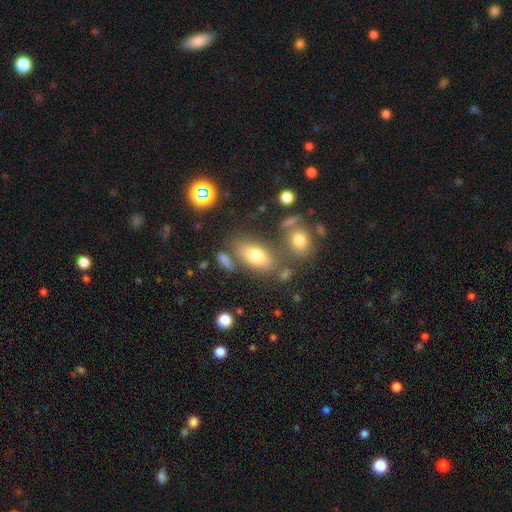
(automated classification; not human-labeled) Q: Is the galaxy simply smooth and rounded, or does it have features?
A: smooth — 74%.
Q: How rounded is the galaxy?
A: in between — 85%.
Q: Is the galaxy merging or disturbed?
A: none — 66%.